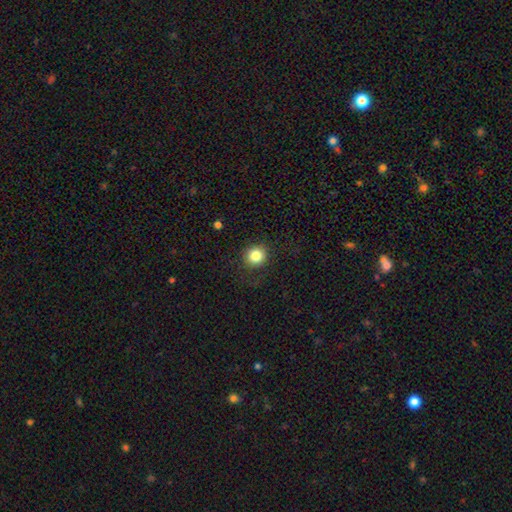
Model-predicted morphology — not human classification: Smooth or featured? Predicted: smooth (p=0.84). How rounded? Predicted: round (p=0.89). Merging? Predicted: none (p=0.84).